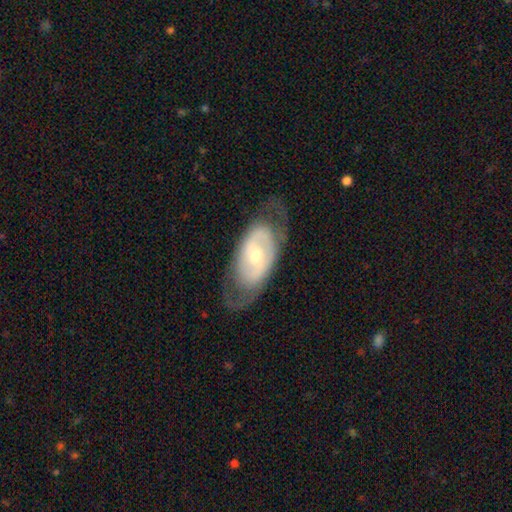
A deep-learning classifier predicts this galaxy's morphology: type=featured or disk (69%); edge-on=no (91%); bar=no (51%); spiral arms=yes (57%); bulge=moderate (57%); merging=none (67%).